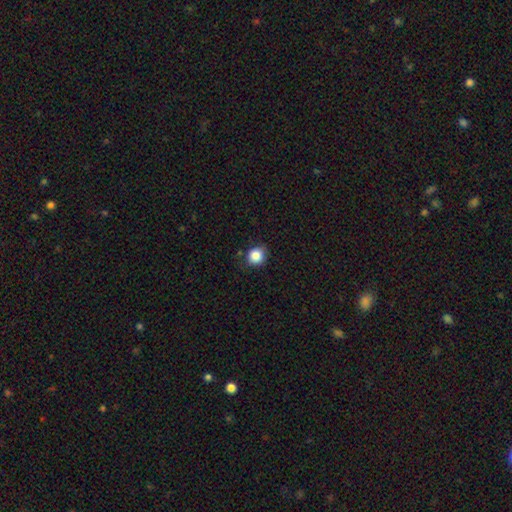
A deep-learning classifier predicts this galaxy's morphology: This appears to be a smooth galaxy with no disk features (85%) that is round (86%). Merging: none (80%).